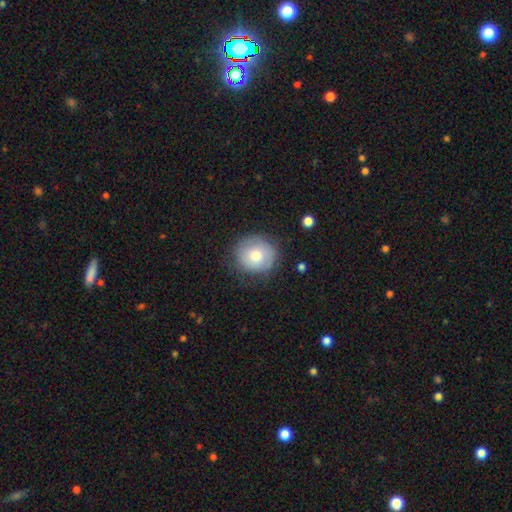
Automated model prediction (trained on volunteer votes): This is likely a smooth galaxy (72%). How rounded: clearly round (89%). Merging: likely none (77%).